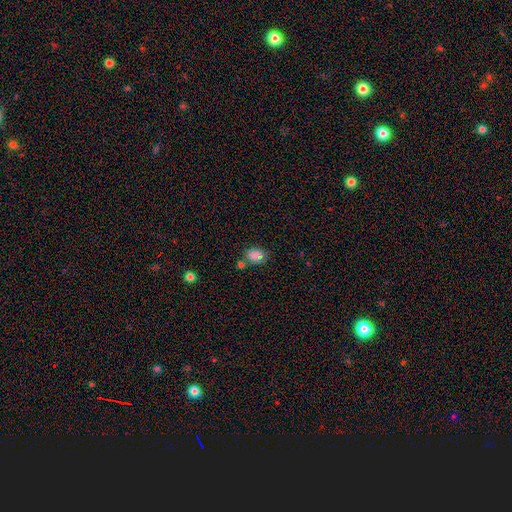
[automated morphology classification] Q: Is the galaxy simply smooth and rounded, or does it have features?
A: smooth — 82%.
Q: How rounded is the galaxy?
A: in between — 62%.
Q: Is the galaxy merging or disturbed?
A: none — 69%.